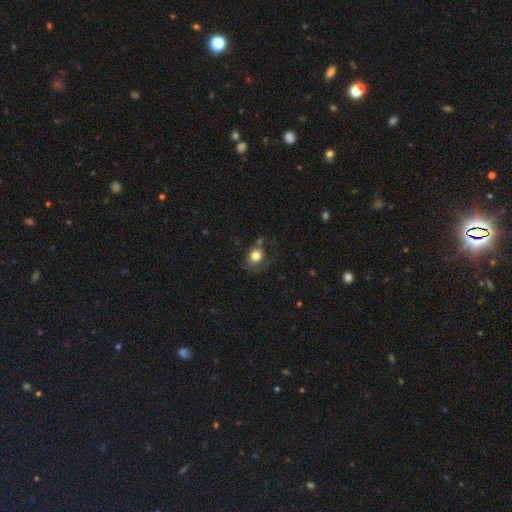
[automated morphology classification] This is likely a smooth galaxy (74%). How rounded: likely round (65%). Merging: possibly none (47%).